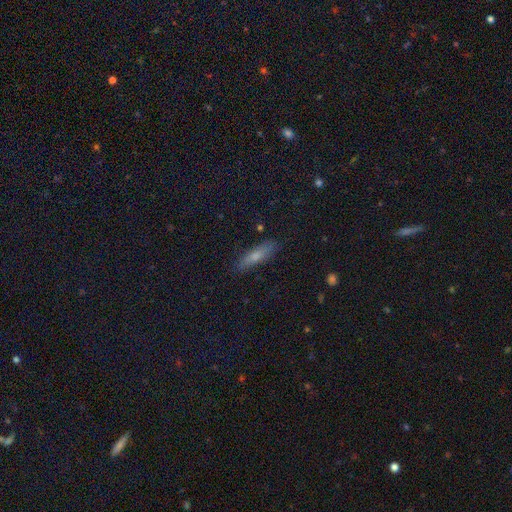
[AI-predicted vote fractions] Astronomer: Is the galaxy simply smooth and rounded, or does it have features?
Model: smooth — 66%.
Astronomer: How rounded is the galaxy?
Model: cigar-shaped — 73%.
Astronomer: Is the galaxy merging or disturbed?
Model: none — 85%.